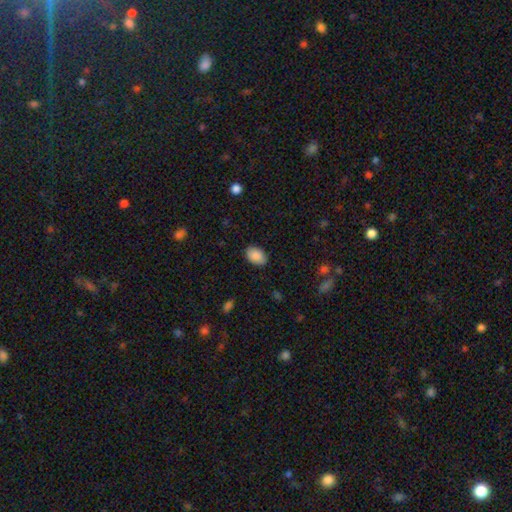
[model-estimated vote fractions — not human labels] Smooth or featured? Predicted: smooth (p=0.88). How rounded? Predicted: in between (p=0.86). Merging? Predicted: none (p=0.85).